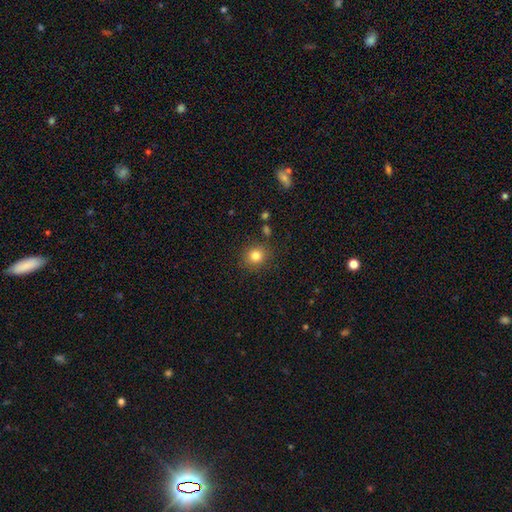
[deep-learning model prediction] Smooth or featured? Predicted: smooth (p=0.82). How rounded? Predicted: round (p=0.85). Merging? Predicted: none (p=0.86).